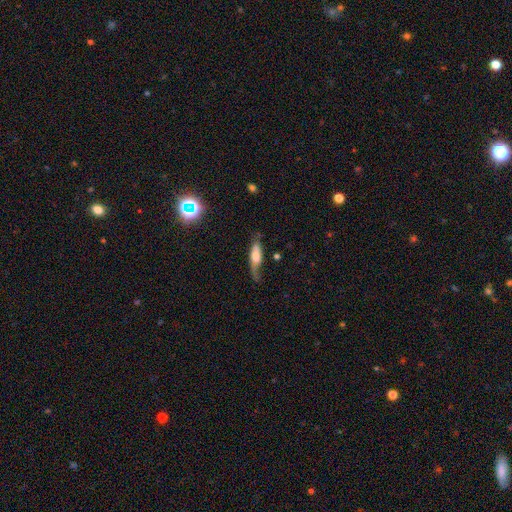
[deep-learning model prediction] Morphology: type=featured or disk (46%); merging=none (43%).